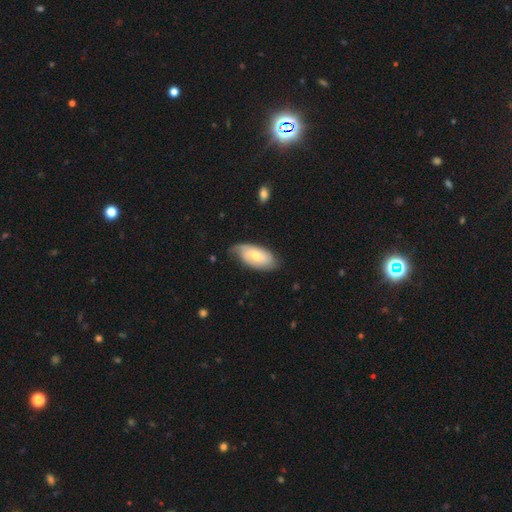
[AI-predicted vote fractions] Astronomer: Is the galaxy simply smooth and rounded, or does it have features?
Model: featured or disk — 48% (runner-up: smooth, 46%).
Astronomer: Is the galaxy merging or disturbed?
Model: none — 63%.